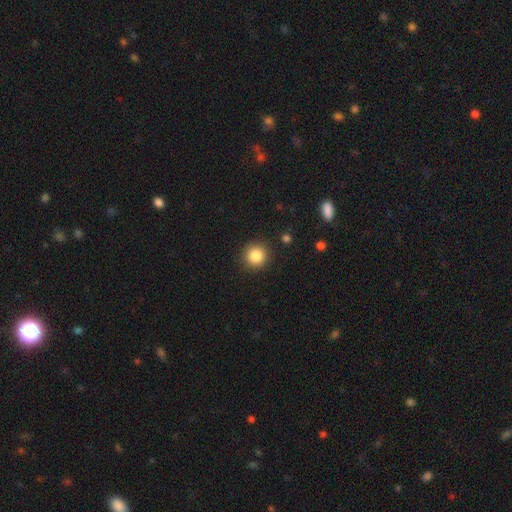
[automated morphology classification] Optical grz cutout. It shows a smooth galaxy with no disk features (85%) that is round (94%). Merging: none (91%).